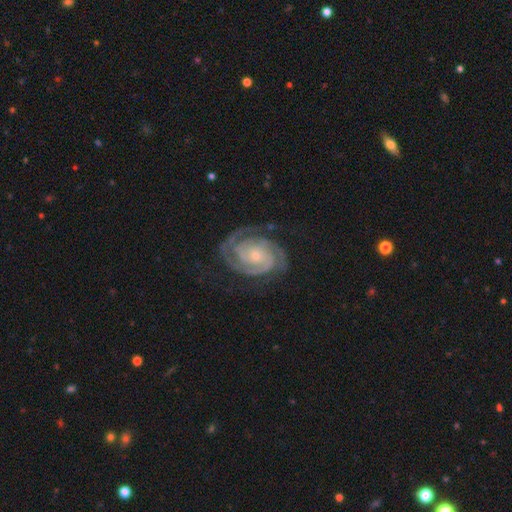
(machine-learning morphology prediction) smooth-or-featured: featured or disk: 92% | star or artifact: 4% | smooth: 4%
  disk-edge-on: no: 98% | yes: 2%
    bar: no: 72% | weak: 20% | strong: 8%
    has-spiral-arms: yes: 98% | no: 2%
      spiral-winding: tight: 75% | medium: 22% | loose: 3%
      spiral-arm-count: 2: 64% | 3: 18% | can't tell: 8% | 4: 4% | 1: 3% | more than 4: 3%
    bulge-size: small: 72% | moderate: 24% | none: 2% | large: 2% | dominant: 1%
  merging: none: 76% | minor disturbance: 16% | major disturbance: 7% | merger: 1%